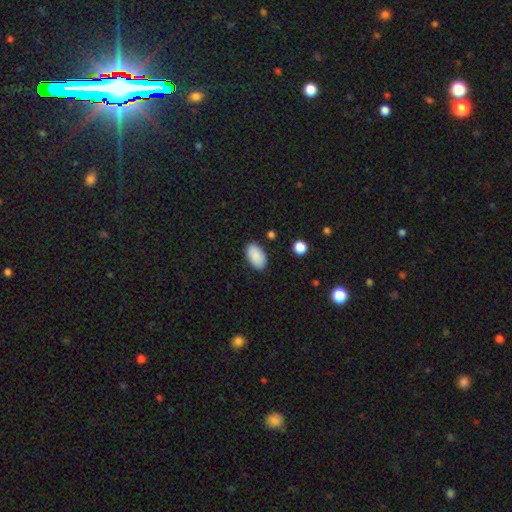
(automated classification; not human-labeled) smooth_or_featured: smooth (p=0.89) [alt: star or artifact p=0.07]
how_rounded: in between (p=0.94) [alt: round p=0.04]
merging: none (p=0.85) [alt: minor disturbance p=0.11]